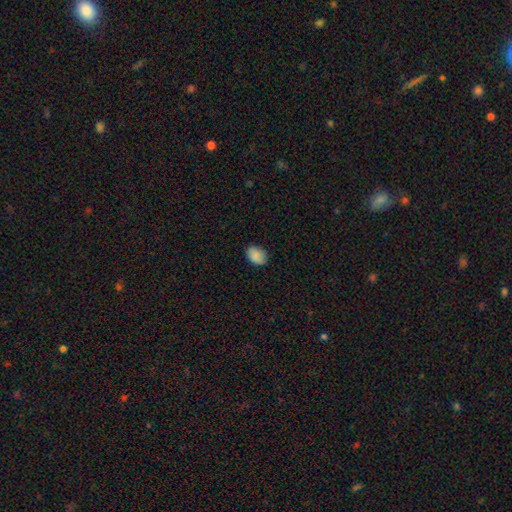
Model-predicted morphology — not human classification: Smooth or featured? smooth (88%)
How rounded? in between (78%)
Merging? none (83%)